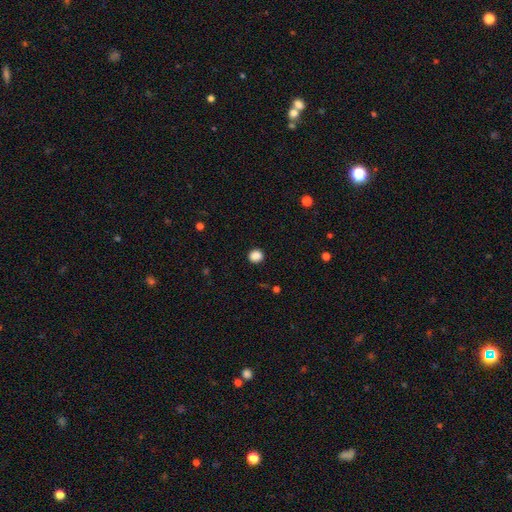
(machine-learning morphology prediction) A smooth galaxy with no disk features (87%) that is round (82%).

Vote fractions:
- Smooth or featured? smooth: 87% / star or artifact: 10% / featured or disk: 3%
- How rounded? round: 82% / in between: 17% / cigar-shaped: 1%
- Merging? none: 90% / minor disturbance: 7% / major disturbance: 2% / merger: 1%